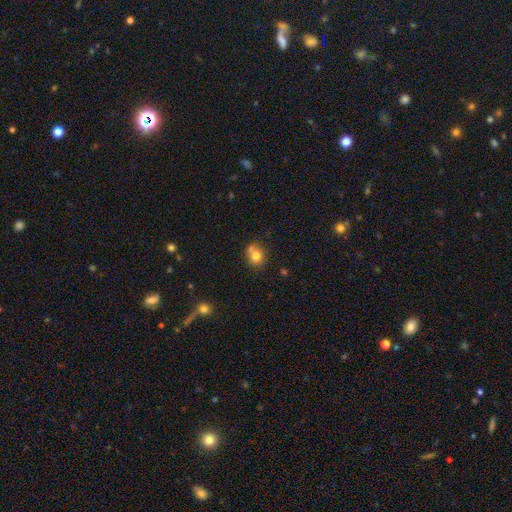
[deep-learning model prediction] Smooth or featured? Predicted: smooth (p=0.75). How rounded? Predicted: round (p=0.71). Merging? Predicted: none (p=0.56).